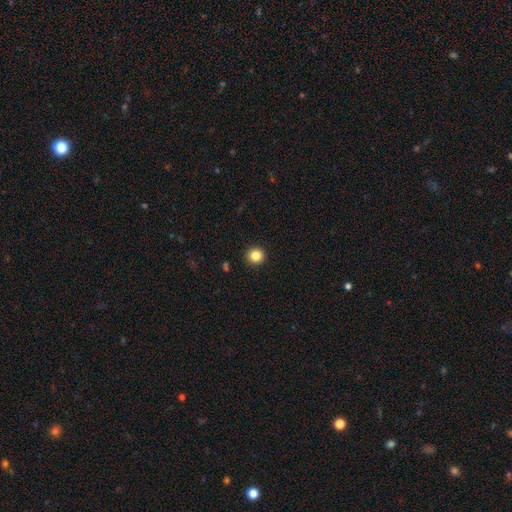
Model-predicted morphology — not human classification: smooth_or_featured: smooth (p=0.84) [alt: star or artifact p=0.11]
how_rounded: round (p=0.94) [alt: in between p=0.05]
merging: none (p=0.93) [alt: minor disturbance p=0.04]